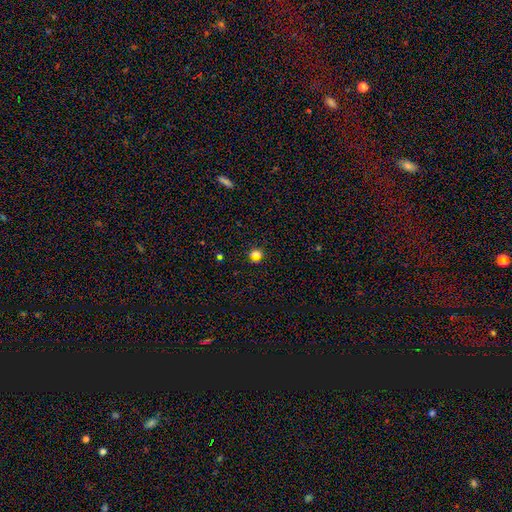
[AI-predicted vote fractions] Morphology: type=smooth (66%); roundness=round (82%); merging=none (84%).